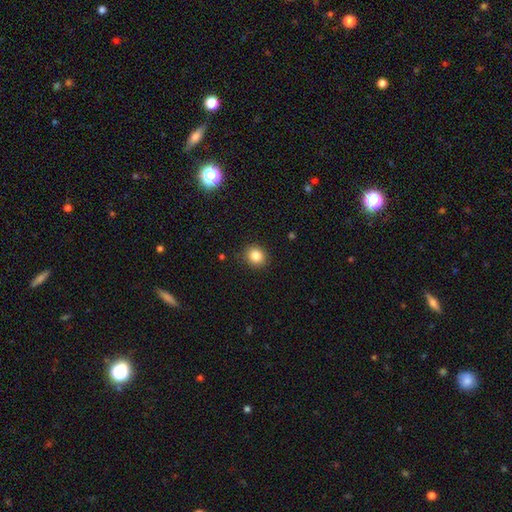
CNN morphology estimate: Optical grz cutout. It shows a smooth galaxy with no disk features (84%) that is round (84%). Merging: none (90%).